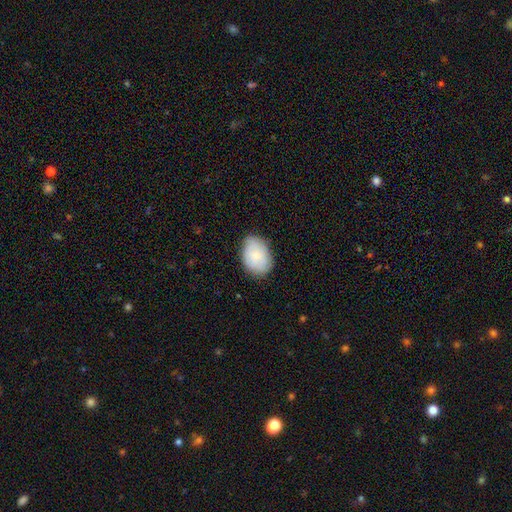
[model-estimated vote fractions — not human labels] This appears to be a smooth galaxy with no disk features (77%) that is in between round and cigar-shaped (82%). Merging: none (77%).